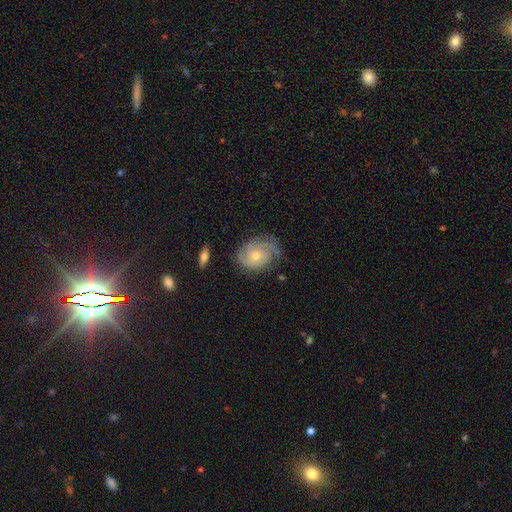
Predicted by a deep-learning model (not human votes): The model was most divided on "bulge size": small: 49%, moderate: 47%, large: 2%, none: 1%, dominant: 1%. Remaining: edge-on disk — no (97%); spiral arms — yes (93%); bar — no (78%); smooth or featured — featured or disk (76%); merging — none (70%); spiral winding — tight (65%); spiral arm count — can't tell (32%).